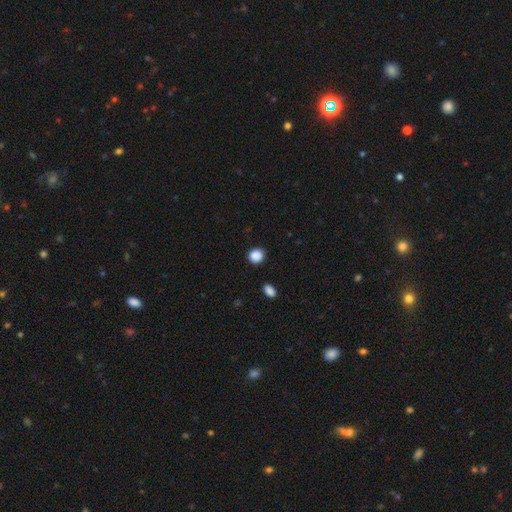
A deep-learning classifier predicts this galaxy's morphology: smooth_or_featured: smooth (p=0.88) [alt: star or artifact p=0.10]
how_rounded: round (p=0.84) [alt: in between p=0.15]
merging: none (p=0.87) [alt: minor disturbance p=0.09]